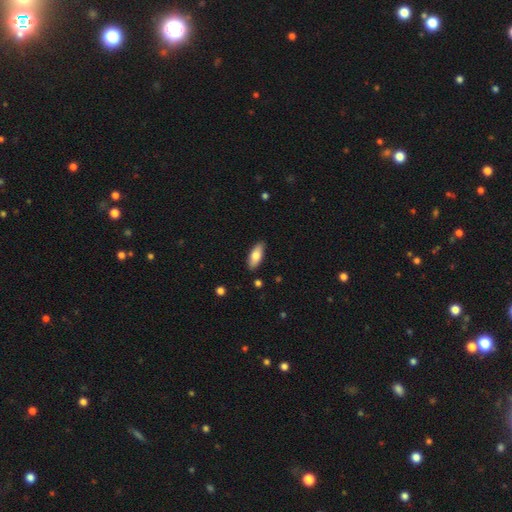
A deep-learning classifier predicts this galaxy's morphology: The model was most divided on "how rounded": in between: 77%, cigar-shaped: 21%, round: 2%. More confident: merging — none (87%); smooth or featured — smooth (77%).